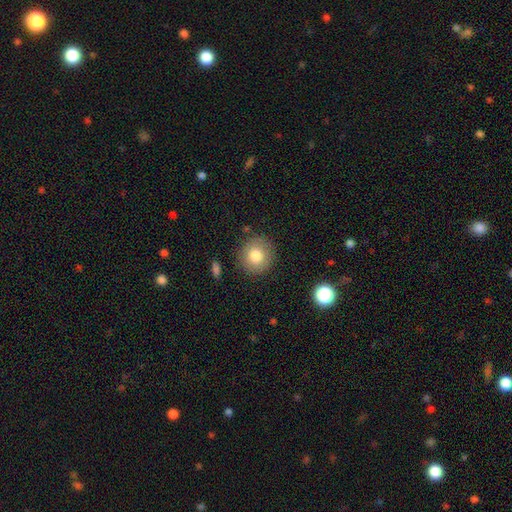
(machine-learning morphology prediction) Overall: smooth (80%). How rounded: round (91%). Merging: none (87%).